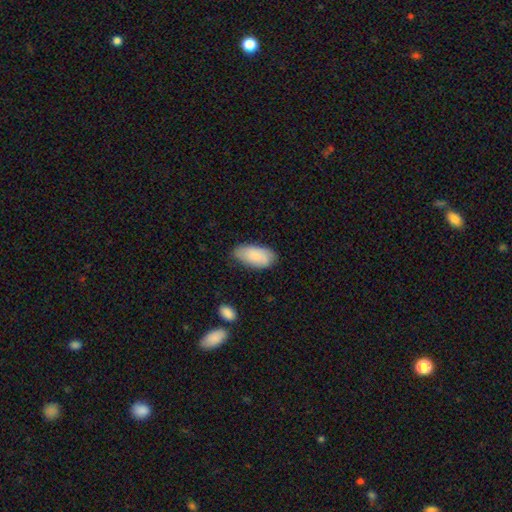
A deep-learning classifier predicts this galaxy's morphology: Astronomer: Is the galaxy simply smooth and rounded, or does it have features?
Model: smooth — 76%.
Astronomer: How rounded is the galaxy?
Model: in between — 93%.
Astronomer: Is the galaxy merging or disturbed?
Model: none — 75%.